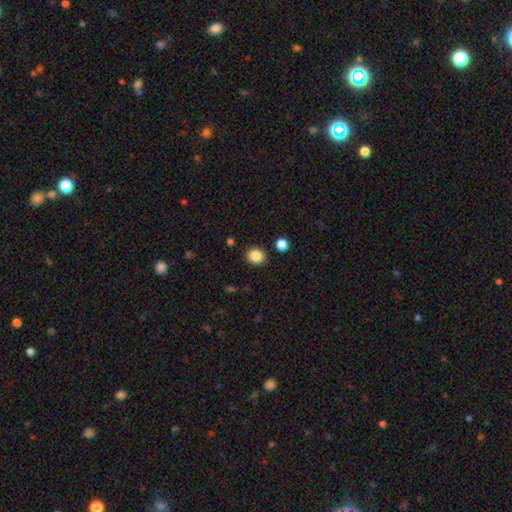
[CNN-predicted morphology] Smooth or featured: smooth — 86% (star or artifact — 10%)
How rounded: round — 78% (in between — 22%)
Merging: none — 89% (minor disturbance — 7%)